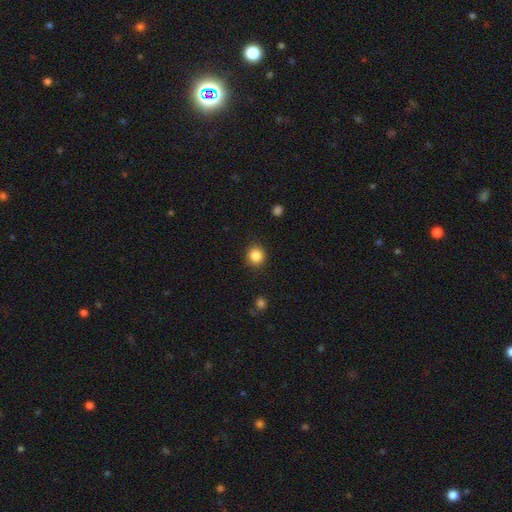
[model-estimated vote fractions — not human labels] Morphology: type=smooth (86%); roundness=round (91%); merging=none (90%).